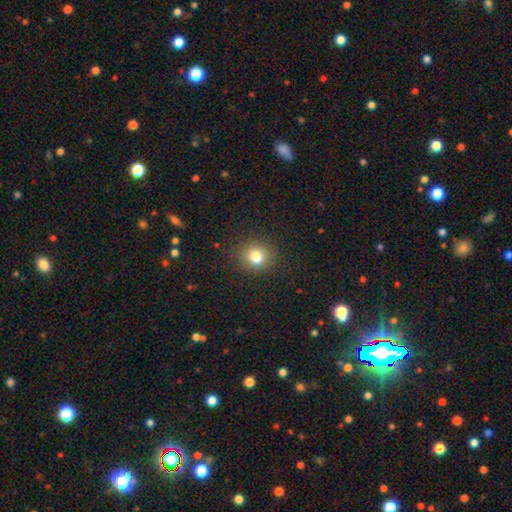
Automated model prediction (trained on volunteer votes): Morphology: type=smooth (80%); roundness=round (72%); merging=none (84%).